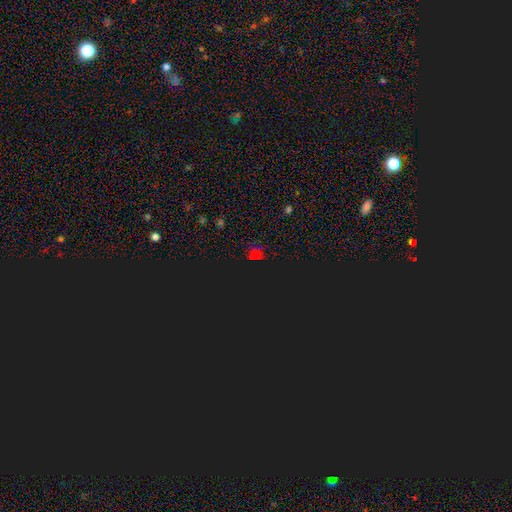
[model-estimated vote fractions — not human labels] smooth-or-featured: star or artifact: 69% | smooth: 24% | featured or disk: 7%